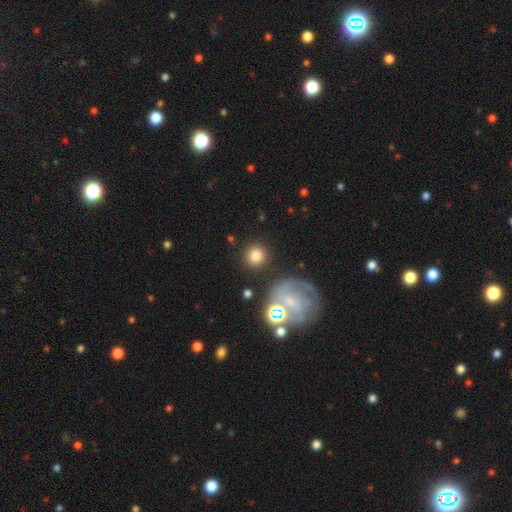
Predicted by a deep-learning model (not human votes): Smooth or featured? smooth (75%)
How rounded? round (92%)
Merging? none (84%)